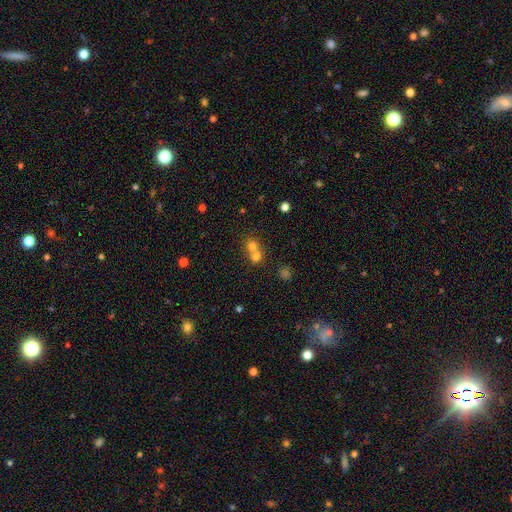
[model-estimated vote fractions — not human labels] smooth 72%, star or artifact 15%, featured or disk 12%. Down the decision tree: how rounded — round (82%); merging — merger (61%).